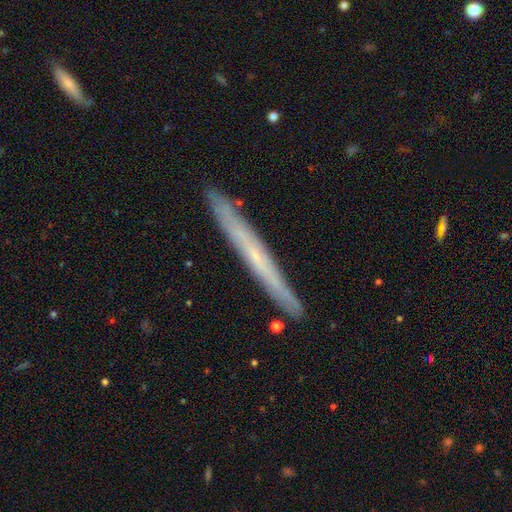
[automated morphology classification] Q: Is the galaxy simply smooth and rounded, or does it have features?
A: featured or disk — 59%.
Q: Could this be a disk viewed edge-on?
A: yes — 93%.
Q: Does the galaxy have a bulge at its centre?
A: none — 76%.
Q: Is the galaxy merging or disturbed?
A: none — 89%.